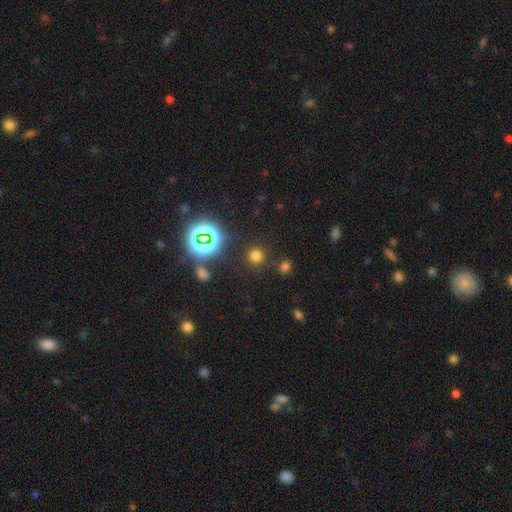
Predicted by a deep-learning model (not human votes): Smooth or featured: smooth — 67% (star or artifact — 28%)
How rounded: round — 92% (in between — 7%)
Merging: none — 84% (minor disturbance — 8%)